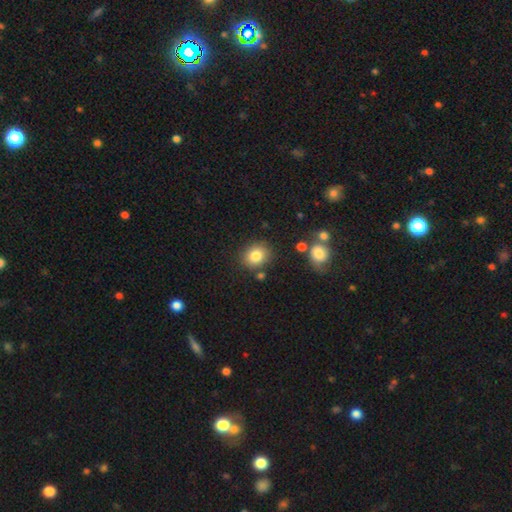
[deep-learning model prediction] The model was most divided on "how rounded": round: 68%, in between: 31%, cigar-shaped: 1%. More confident: smooth or featured — smooth (83%); merging — none (81%).